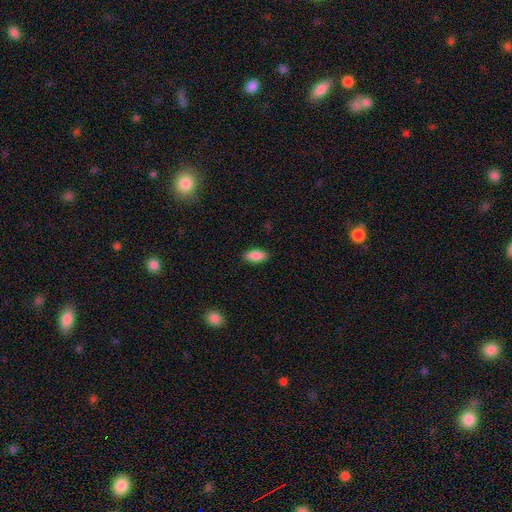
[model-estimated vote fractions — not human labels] Overall: smooth (88%). How rounded: in between (88%). Merging: none (88%).